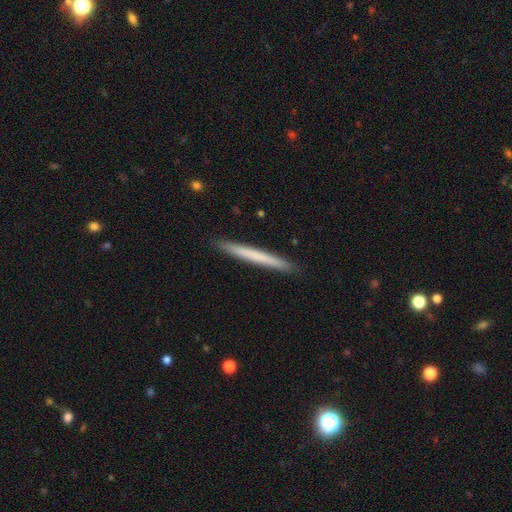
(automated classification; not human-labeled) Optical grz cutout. It shows a smooth galaxy with no disk features (63%) that is cigar-shaped (97%). Merging: none (92%).